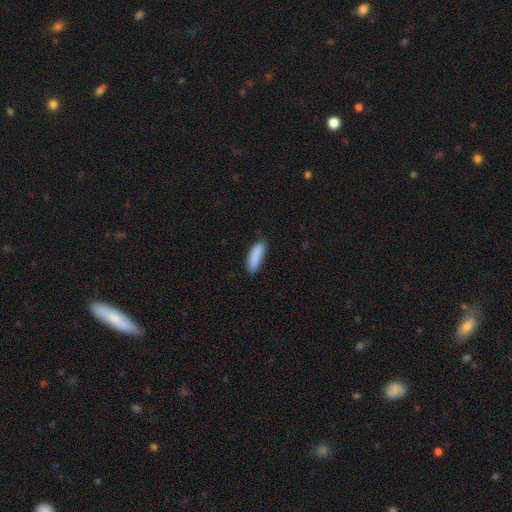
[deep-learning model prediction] The model was most divided on "how rounded": cigar-shaped: 52%, in between: 46%, round: 2%. More confident: smooth or featured — smooth (88%); merging — none (79%).